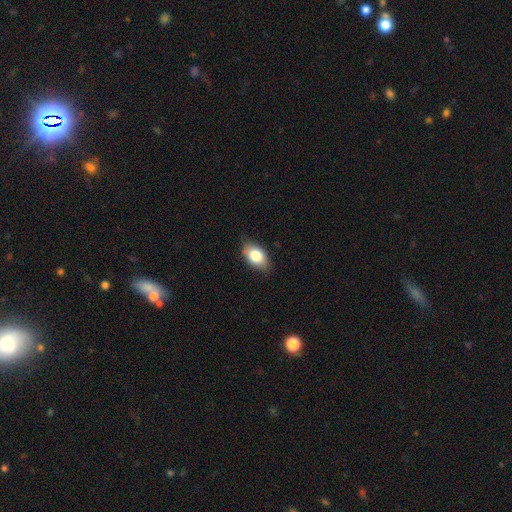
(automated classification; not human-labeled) Smooth or featured?
  - smooth: 82% *
  - featured or disk: 11%
  - star or artifact: 7%
How rounded?
  - in between: 89% *
  - round: 9%
  - cigar-shaped: 2%
Merging?
  - none: 81% *
  - minor disturbance: 15%
  - major disturbance: 3%
  - merger: 1%